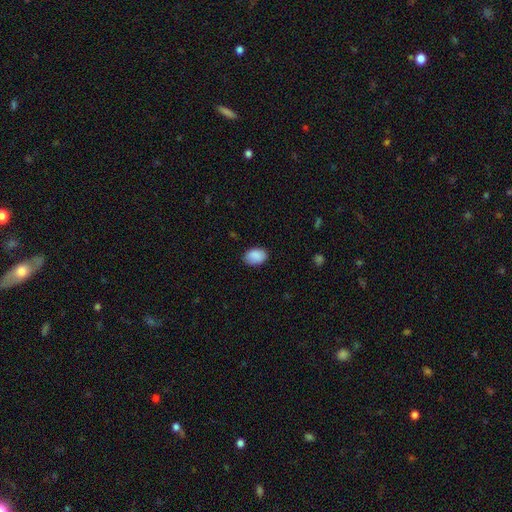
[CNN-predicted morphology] Smooth or featured? Predicted: smooth (p=0.90). How rounded? Predicted: in between (p=0.81). Merging? Predicted: none (p=0.84).